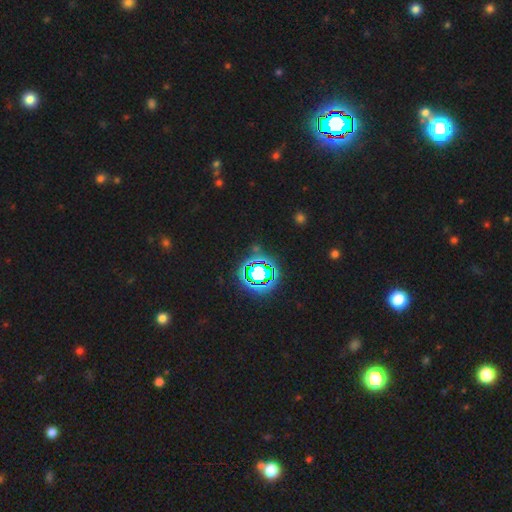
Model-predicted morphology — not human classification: A star or artifact, not a galaxy (81%).

Vote fractions:
- Smooth or featured? star or artifact: 81% / smooth: 13% / featured or disk: 7%